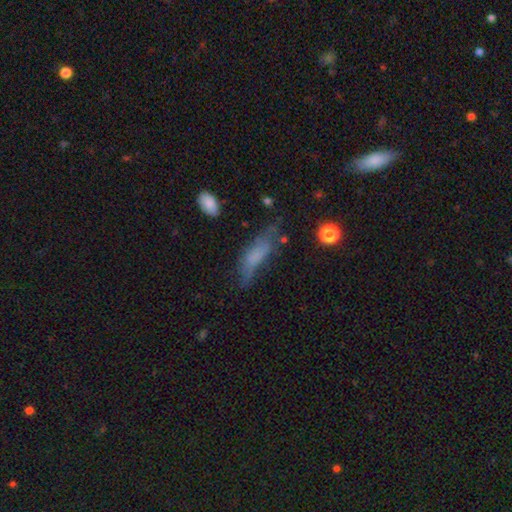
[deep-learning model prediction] smooth 61%, featured or disk 27%, star or artifact 11%. Down the decision tree: how rounded — cigar-shaped (49%); merging — none (42%).